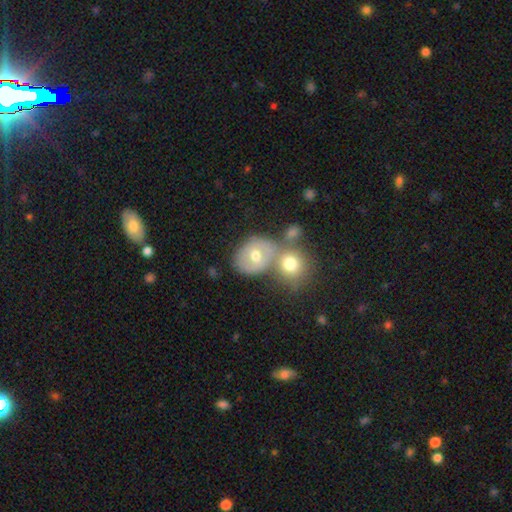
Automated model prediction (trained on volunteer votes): The model was most divided on "merging": merger: 45%, none: 38%, minor disturbance: 11%, major disturbance: 5%. More confident: smooth or featured — smooth (61%); how rounded — round (60%).